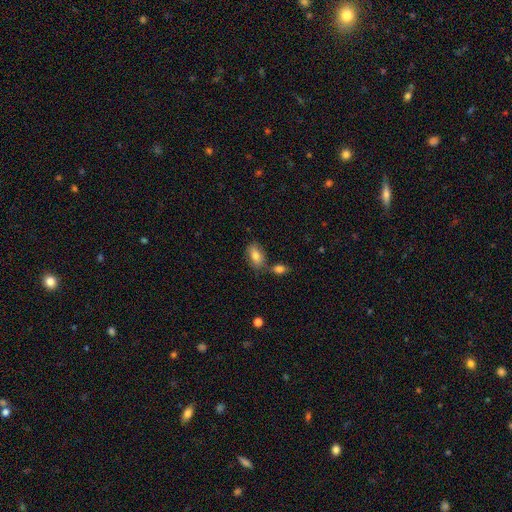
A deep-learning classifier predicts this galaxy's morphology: smooth-or-featured: smooth: 78% | featured or disk: 15% | star or artifact: 7%
  how-rounded: in between: 91% | round: 6% | cigar-shaped: 3%
  merging: none: 67% | merger: 16% | minor disturbance: 14% | major disturbance: 3%